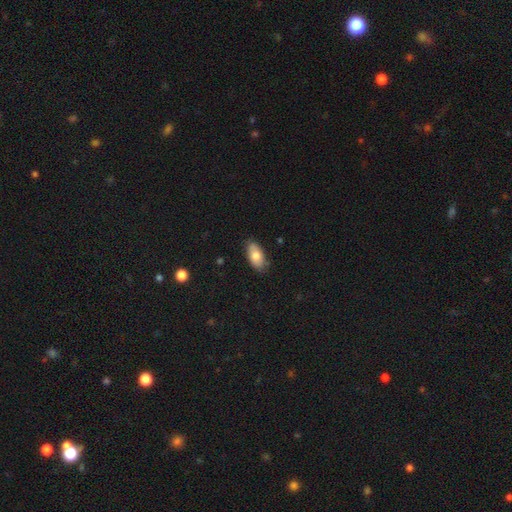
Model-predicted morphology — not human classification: This is likely a smooth galaxy (76%). How rounded: clearly in between (92%). Merging: clearly none (80%).